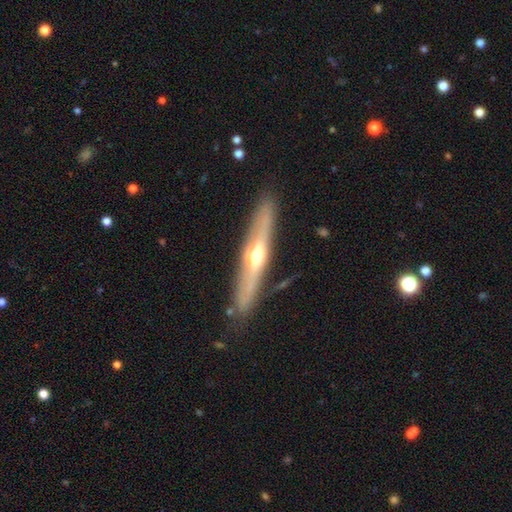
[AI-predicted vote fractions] featured or disk 65%, smooth 29%, star or artifact 6%. Down the decision tree: edge-on disk — yes (87%); edge-on bulge — rounded (88%); merging — none (85%).